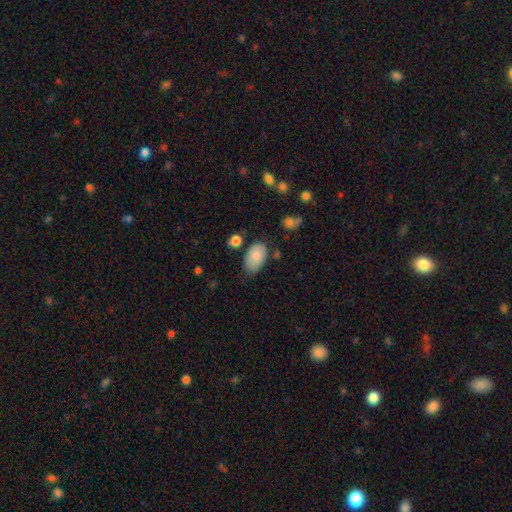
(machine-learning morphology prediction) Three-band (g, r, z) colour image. It shows a smooth galaxy with no disk features (83%) that is in between round and cigar-shaped (92%). Merging: none (67%).